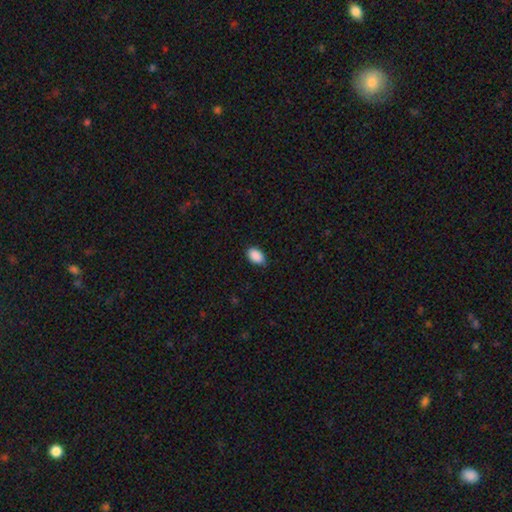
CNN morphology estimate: type=smooth (90%); roundness=in between (91%); merging=none (79%).